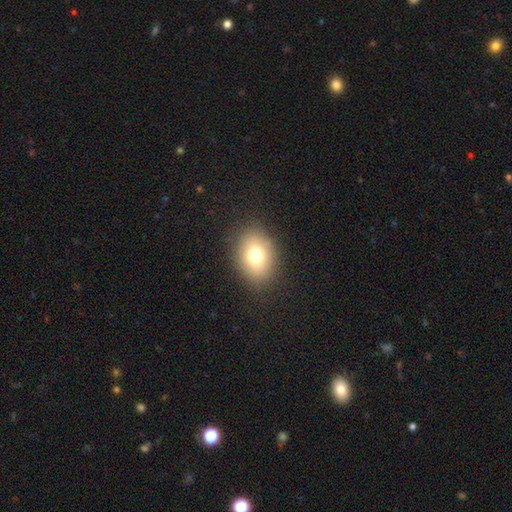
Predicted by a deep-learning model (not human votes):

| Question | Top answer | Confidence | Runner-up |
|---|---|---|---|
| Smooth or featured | smooth | 77% | featured or disk (12%) |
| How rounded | in between | 74% | round (25%) |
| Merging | none | 85% | minor disturbance (10%) |